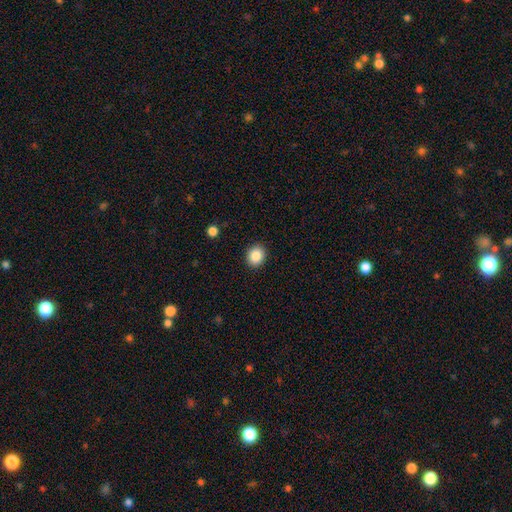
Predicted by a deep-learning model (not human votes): Smooth or featured: smooth — 87% (star or artifact — 9%)
How rounded: round — 70% (in between — 29%)
Merging: none — 91% (minor disturbance — 6%)